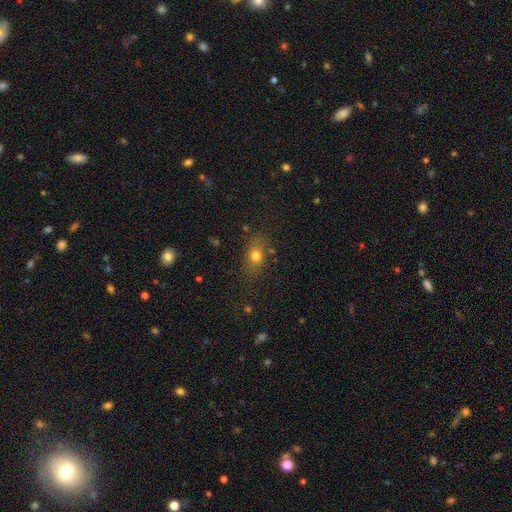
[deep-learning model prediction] smooth_or_featured: smooth (p=0.73) [alt: featured or disk p=0.13]
how_rounded: in between (p=0.68) [alt: round p=0.26]
merging: none (p=0.77) [alt: minor disturbance p=0.15]